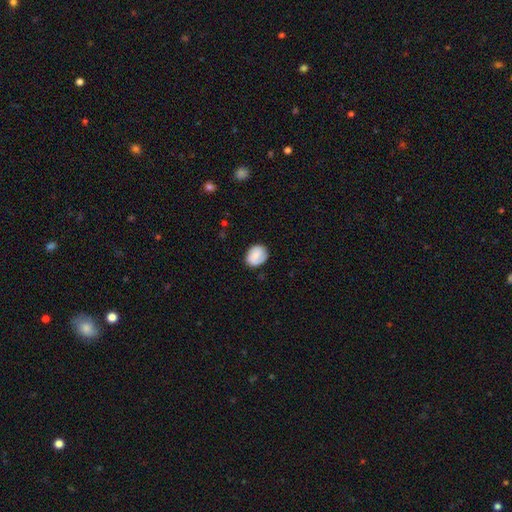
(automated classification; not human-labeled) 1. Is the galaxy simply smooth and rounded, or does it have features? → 66% smooth, 26% featured or disk, 8% star or artifact.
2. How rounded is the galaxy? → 52% round, 47% in between, 1% cigar-shaped.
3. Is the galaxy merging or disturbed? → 75% none, 18% minor disturbance, 5% major disturbance, 1% merger.